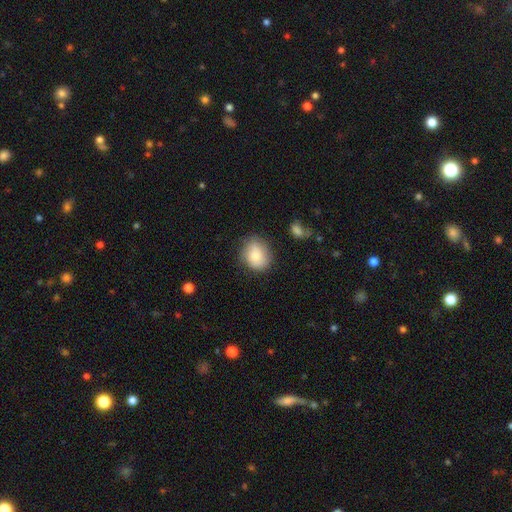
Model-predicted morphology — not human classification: Smooth or featured: smooth — 78% (featured or disk — 15%)
How rounded: round — 61% (in between — 38%)
Merging: none — 68% (minor disturbance — 23%)